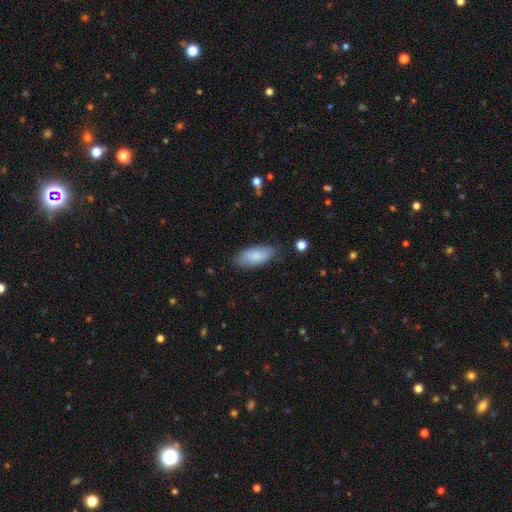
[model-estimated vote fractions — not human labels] smooth-or-featured: smooth: 84% | featured or disk: 10% | star or artifact: 6%
  how-rounded: in between: 87% | cigar-shaped: 11% | round: 2%
  merging: none: 81% | minor disturbance: 15% | major disturbance: 3% | merger: 1%